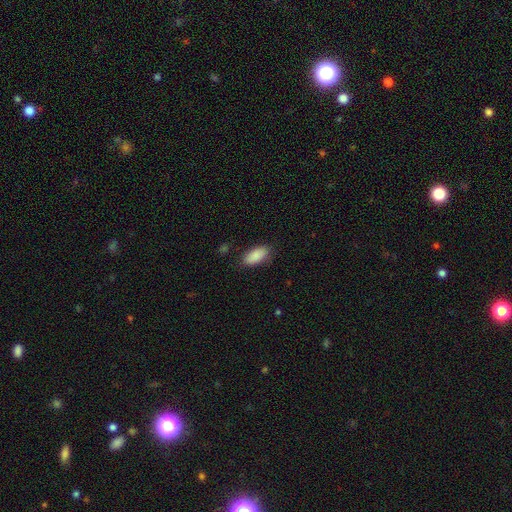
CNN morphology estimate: A smooth galaxy with no disk features (89%) that is in between round and cigar-shaped (90%).

Vote fractions:
- Smooth or featured? smooth: 89% / star or artifact: 6% / featured or disk: 5%
- How rounded? in between: 90% / cigar-shaped: 7% / round: 2%
- Merging? none: 83% / minor disturbance: 13% / major disturbance: 3% / merger: 1%